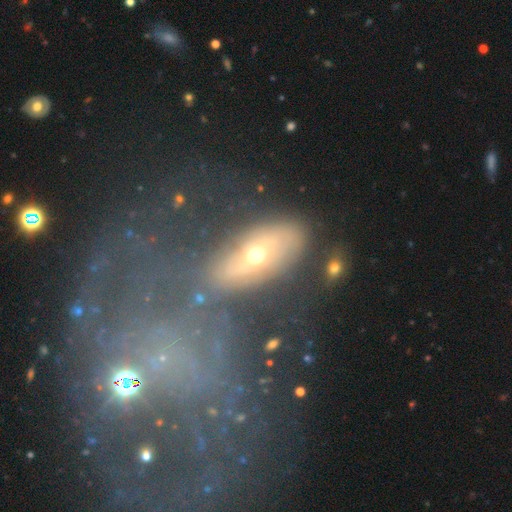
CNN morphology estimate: smooth-or-featured: featured or disk: 50% | smooth: 35% | star or artifact: 14%
  disk-edge-on: no: 80% | yes: 20%
  merging: none: 56% | minor disturbance: 18% | major disturbance: 16% | merger: 10%